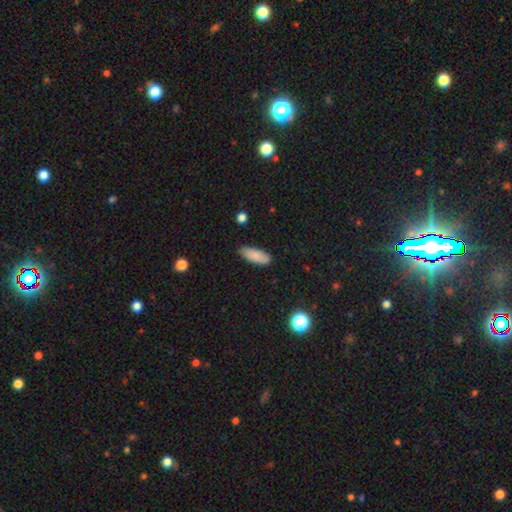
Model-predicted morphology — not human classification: A smooth galaxy with no disk features (85%) that is in between round and cigar-shaped (77%). Merging: none (82%).